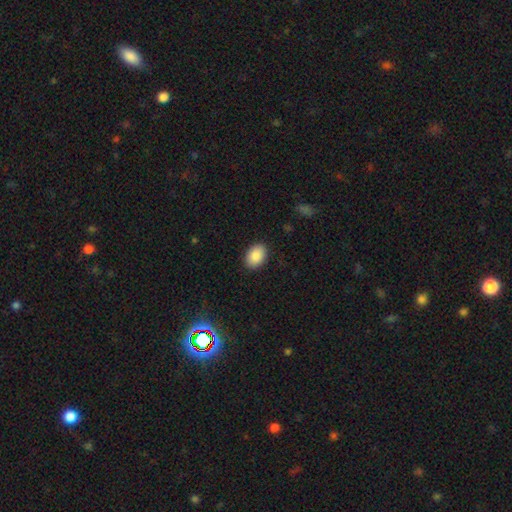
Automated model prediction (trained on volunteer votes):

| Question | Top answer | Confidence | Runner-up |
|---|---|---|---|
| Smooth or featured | smooth | 89% | star or artifact (7%) |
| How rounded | in between | 82% | round (17%) |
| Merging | none | 89% | minor disturbance (8%) |